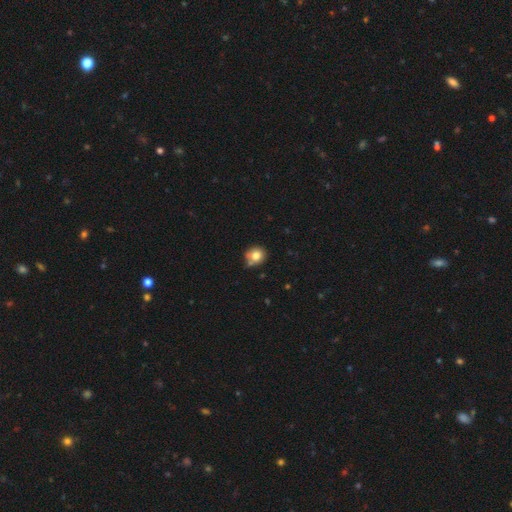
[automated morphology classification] A smooth galaxy with no disk features (80%) that is round (81%).

Vote fractions:
- Smooth or featured? smooth: 80% / star or artifact: 10% / featured or disk: 10%
- How rounded? round: 81% / in between: 18% / cigar-shaped: 1%
- Merging? none: 67% / minor disturbance: 20% / merger: 9% / major disturbance: 4%